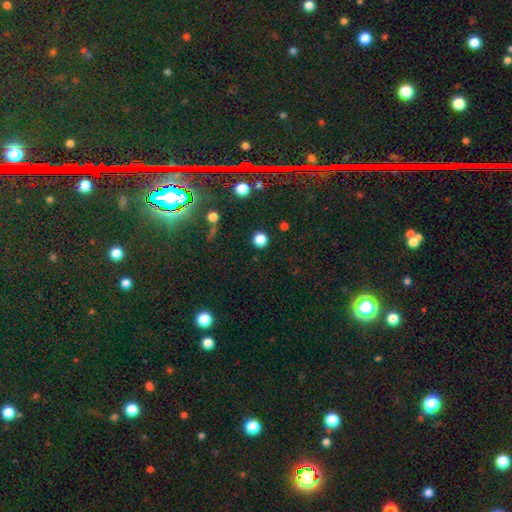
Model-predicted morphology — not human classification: Smooth or featured? star or artifact (81%)